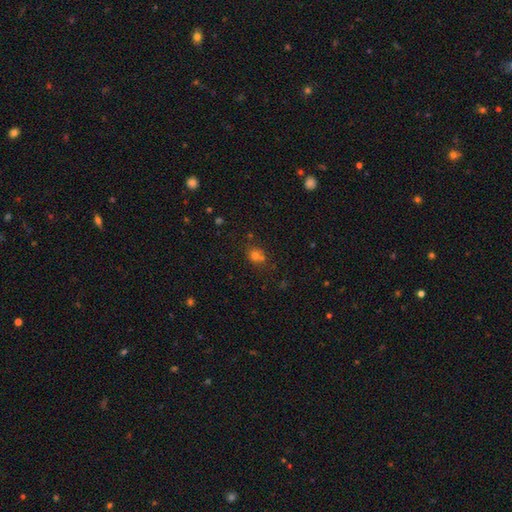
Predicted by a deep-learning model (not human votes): smooth_or_featured: smooth (p=0.67) [alt: star or artifact p=0.22]
how_rounded: round (p=0.78) [alt: in between p=0.21]
merging: none (p=0.58) [alt: merger p=0.28]